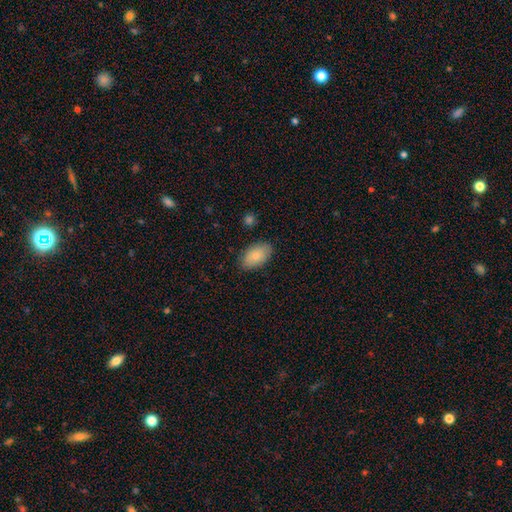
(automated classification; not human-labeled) The model was most divided on "smooth or featured": smooth: 81%, featured or disk: 12%, star or artifact: 6%. More confident: how rounded — in between (94%); merging — none (84%).